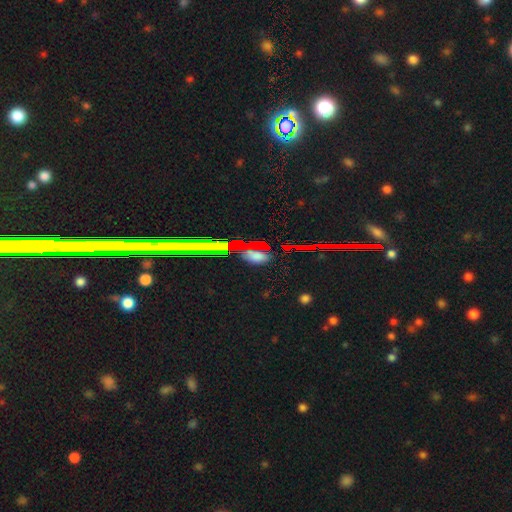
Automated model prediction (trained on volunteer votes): Morphology: type=star or artifact (48%).